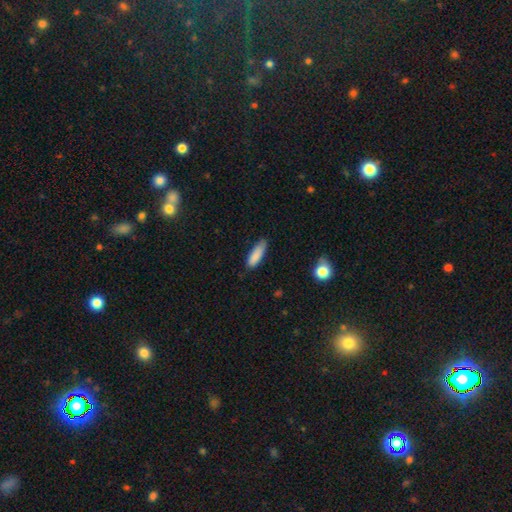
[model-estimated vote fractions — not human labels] Smooth or featured? Predicted: smooth (p=0.87). How rounded? Predicted: cigar-shaped (p=0.53). Merging? Predicted: none (p=0.72).